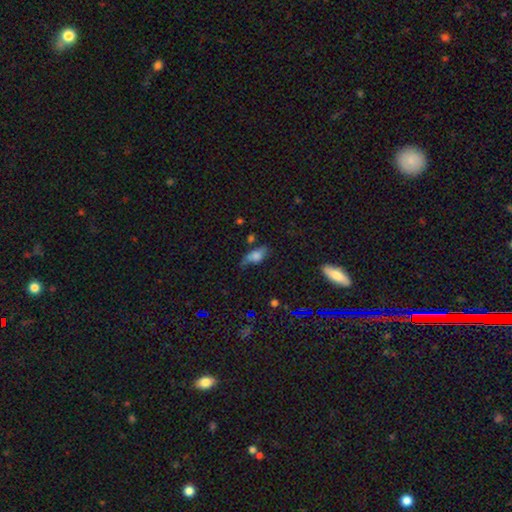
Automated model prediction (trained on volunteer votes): smooth_or_featured: smooth (p=0.66) [alt: featured or disk p=0.22]
how_rounded: in between (p=0.81) [alt: cigar-shaped p=0.13]
merging: none (p=0.43) [alt: minor disturbance p=0.36]